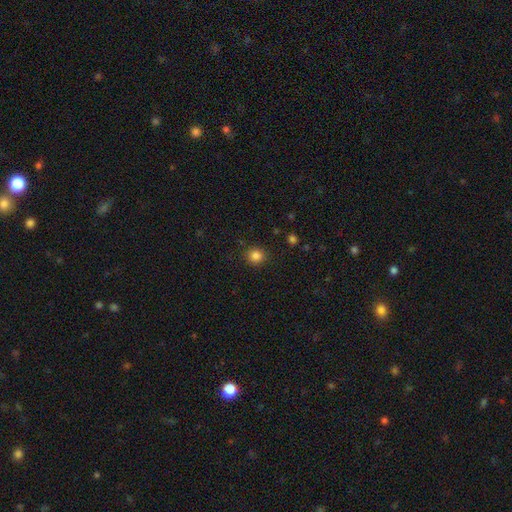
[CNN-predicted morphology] Smooth or featured?
  - smooth: 84% *
  - star or artifact: 12%
  - featured or disk: 4%
How rounded?
  - round: 89% *
  - in between: 10%
  - cigar-shaped: 1%
Merging?
  - none: 89% *
  - minor disturbance: 7%
  - major disturbance: 2%
  - merger: 1%